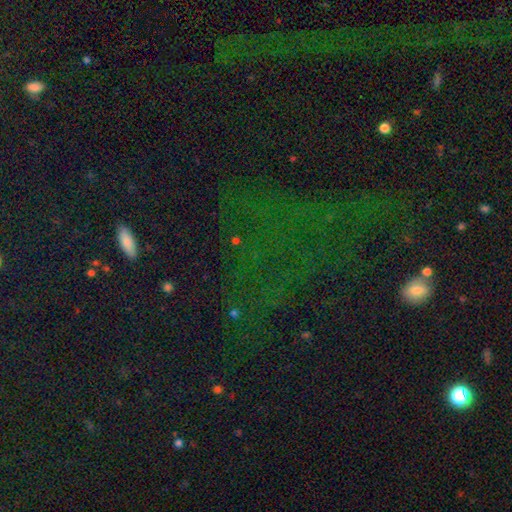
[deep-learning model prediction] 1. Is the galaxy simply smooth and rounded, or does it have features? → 70% star or artifact, 18% smooth, 12% featured or disk.